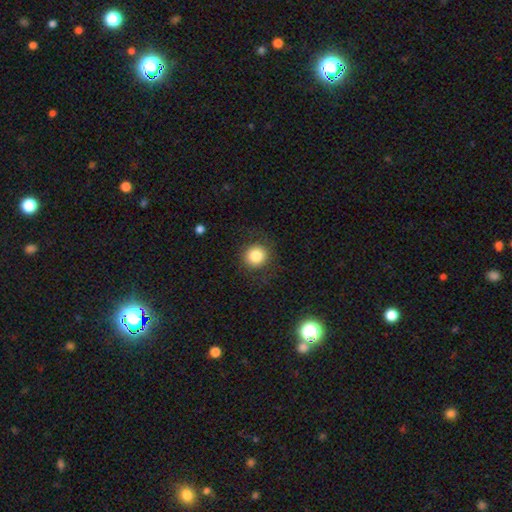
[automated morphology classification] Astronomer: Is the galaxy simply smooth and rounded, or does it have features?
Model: smooth — 83%.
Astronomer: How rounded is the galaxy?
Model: round — 91%.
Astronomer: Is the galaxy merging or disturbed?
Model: none — 84%.